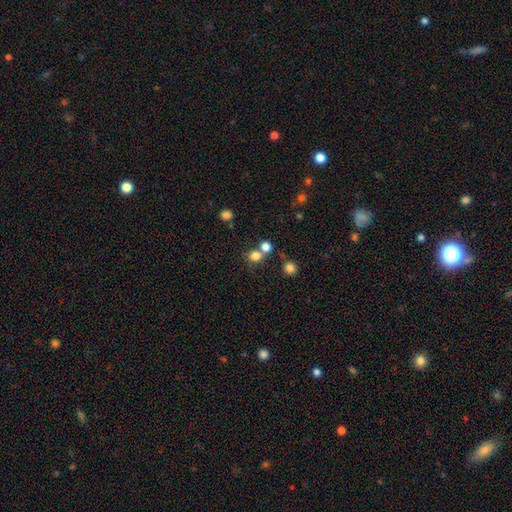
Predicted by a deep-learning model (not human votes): Smooth or featured: smooth — 77% (star or artifact — 15%)
How rounded: round — 78% (in between — 21%)
Merging: none — 57% (merger — 31%)